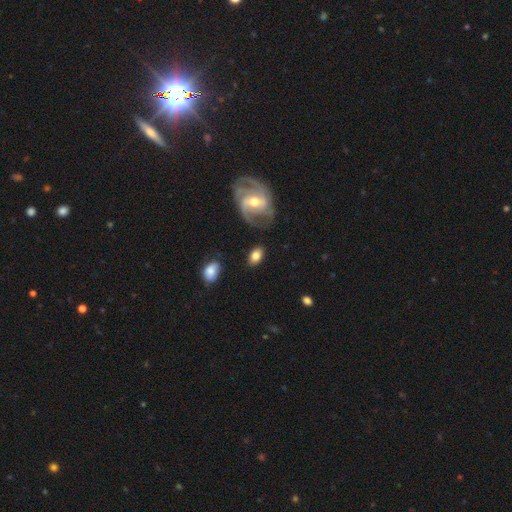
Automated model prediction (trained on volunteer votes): This appears to be a smooth galaxy with no disk features (71%) that is in between round and cigar-shaped (83%). Merging: none (75%).